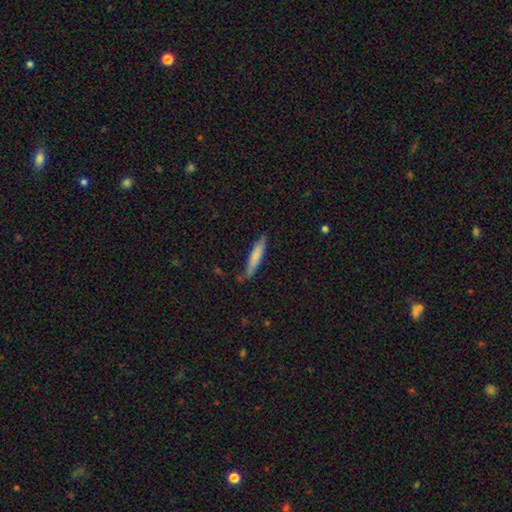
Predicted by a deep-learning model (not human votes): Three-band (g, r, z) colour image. It shows a smooth galaxy with no disk features (74%) that is cigar-shaped (89%). Merging: none (75%).